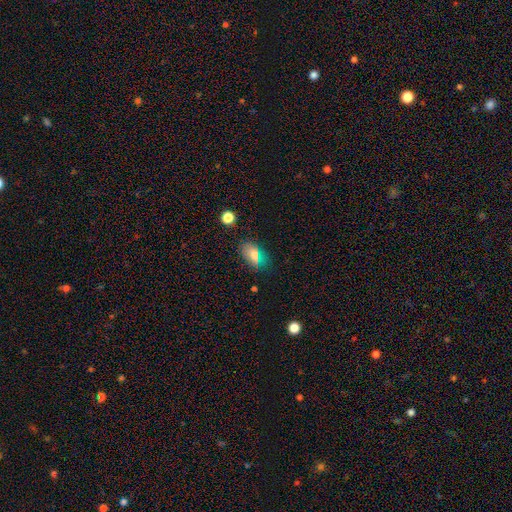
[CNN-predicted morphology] Overall: smooth (71%). How rounded: in between (85%). Merging: none (79%).